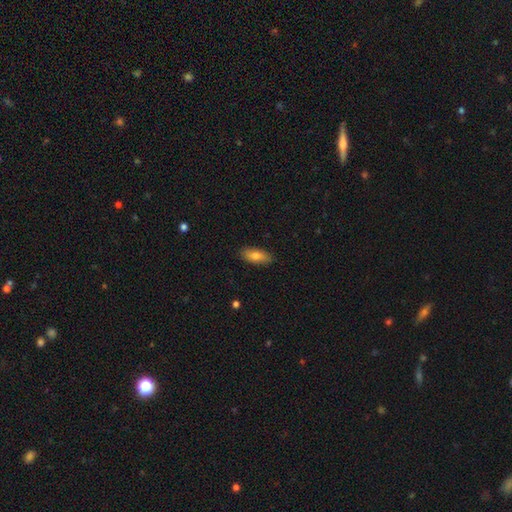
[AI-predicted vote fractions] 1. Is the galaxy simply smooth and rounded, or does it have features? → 77% smooth, 16% featured or disk, 6% star or artifact.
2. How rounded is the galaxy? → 84% in between, 13% cigar-shaped, 3% round.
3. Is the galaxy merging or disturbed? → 87% none, 10% minor disturbance, 2% major disturbance, 1% merger.